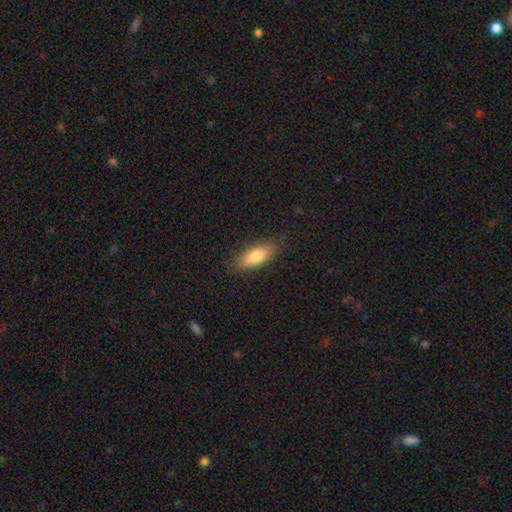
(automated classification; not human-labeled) The model was most divided on "how rounded": in between: 76%, cigar-shaped: 21%, round: 3%. More confident: merging — none (85%); smooth or featured — smooth (77%).